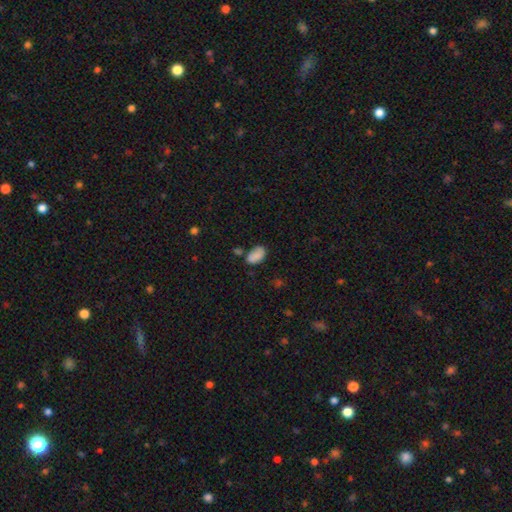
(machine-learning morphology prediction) Smooth or featured? Predicted: smooth (p=0.85). How rounded? Predicted: in between (p=0.92). Merging? Predicted: none (p=0.58).